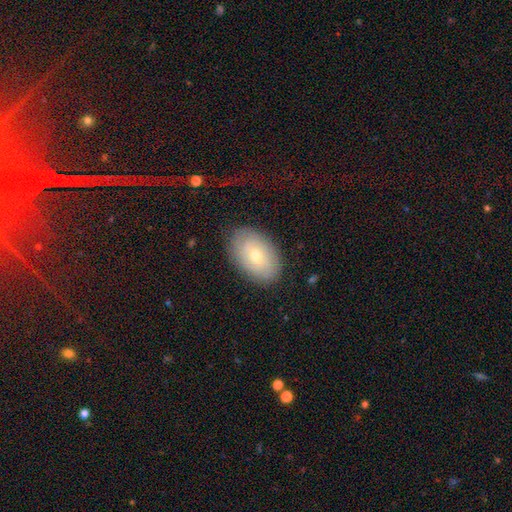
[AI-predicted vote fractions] smooth_or_featured: smooth (p=0.56) [alt: featured or disk p=0.36]
how_rounded: in between (p=0.88) [alt: round p=0.11]
merging: none (p=0.84) [alt: minor disturbance p=0.12]